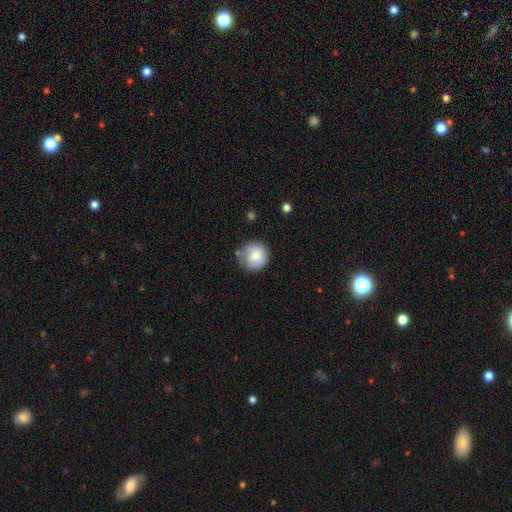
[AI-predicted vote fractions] Overall: smooth (74%). How rounded: round (92%). Merging: none (68%).